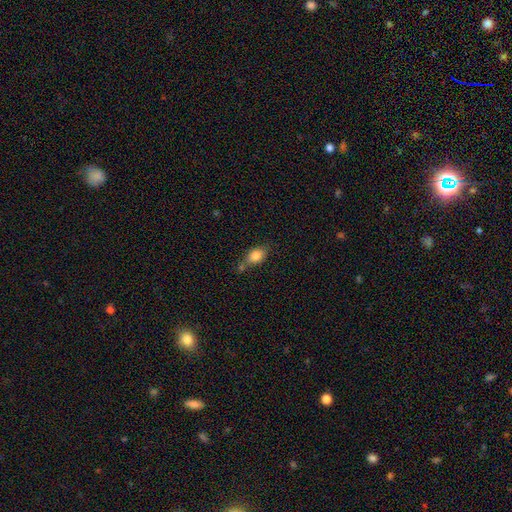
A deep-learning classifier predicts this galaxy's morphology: smooth-or-featured: smooth: 82% | featured or disk: 10% | star or artifact: 9%
  how-rounded: in between: 75% | round: 21% | cigar-shaped: 4%
  merging: none: 50% | minor disturbance: 23% | merger: 21% | major disturbance: 6%